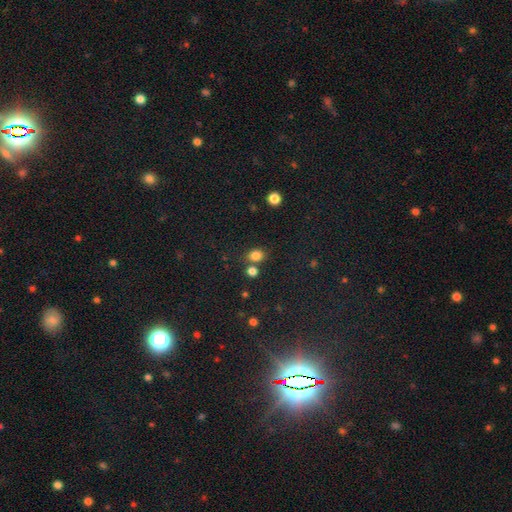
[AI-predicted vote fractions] A smooth galaxy with no disk features (81%) that is round (56%). Merging: none (66%).